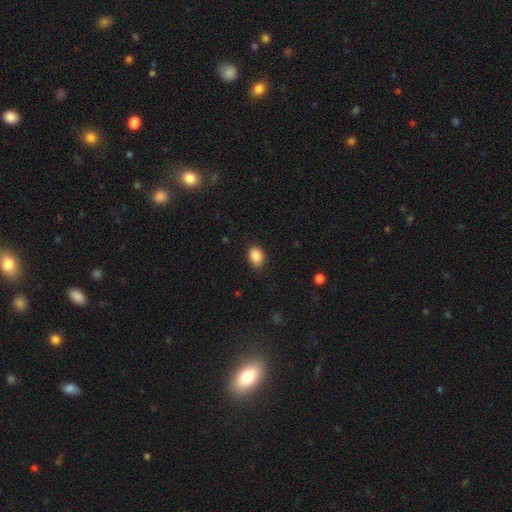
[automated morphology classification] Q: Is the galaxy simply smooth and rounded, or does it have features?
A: smooth — 88%.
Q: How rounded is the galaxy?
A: in between — 75%.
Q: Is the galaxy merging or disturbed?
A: none — 82%.